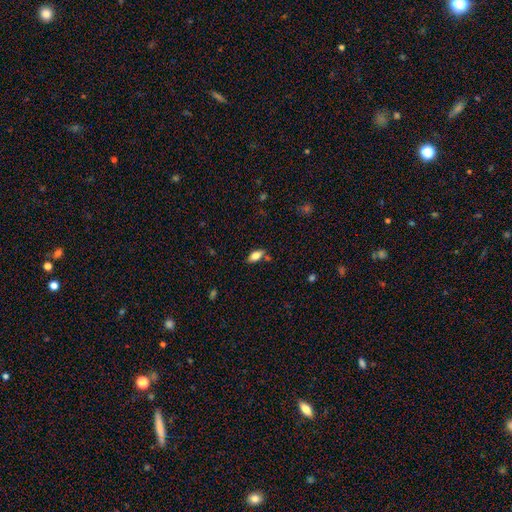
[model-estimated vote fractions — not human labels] Smooth or featured? smooth (72%)
How rounded? in between (87%)
Merging? none (76%)